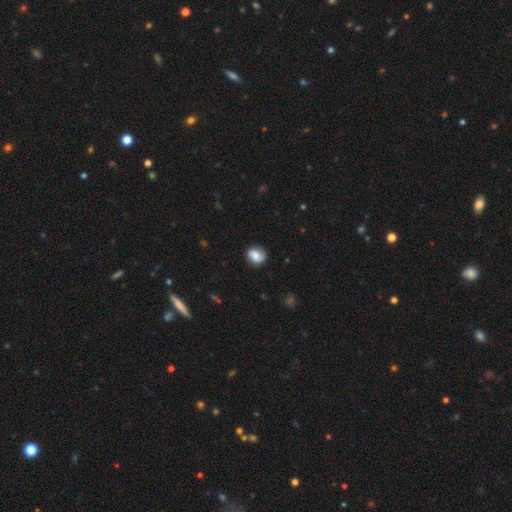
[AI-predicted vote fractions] The model was most divided on "smooth or featured": smooth: 66%, featured or disk: 25%, star or artifact: 9%. More confident: merging — none (83%); how rounded — round (73%).